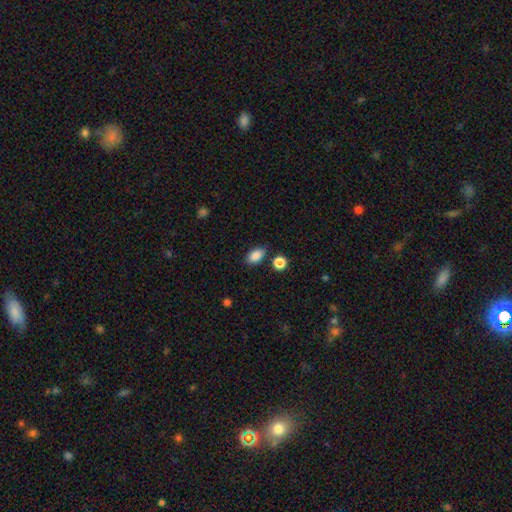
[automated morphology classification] smooth_or_featured: smooth (p=0.87) [alt: star or artifact p=0.09]
how_rounded: in between (p=0.88) [alt: round p=0.10]
merging: none (p=0.81) [alt: minor disturbance p=0.12]